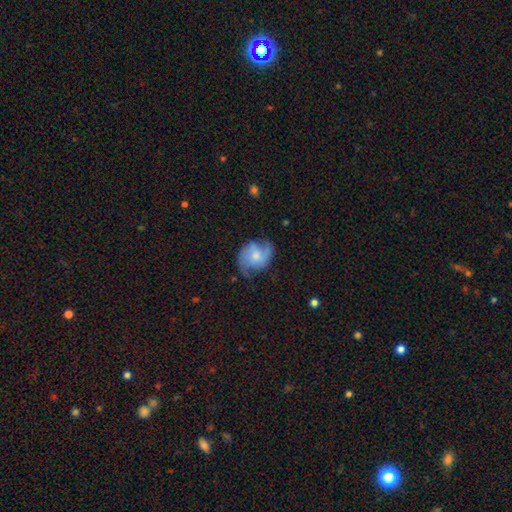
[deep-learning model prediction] smooth_or_featured: featured or disk (p=0.66) [alt: smooth p=0.27]
disk_edge_on: no (p=0.98) [alt: yes p=0.02]
bar: no (p=0.63) [alt: weak p=0.32]
has_spiral_arms: yes (p=0.91) [alt: no p=0.09]
spiral_winding: medium (p=0.46) [alt: loose p=0.31]
spiral_arm_count: 2 (p=0.84) [alt: can't tell p=0.08]
bulge_size: moderate (p=0.44) [alt: small p=0.42]
merging: none (p=0.61) [alt: minor disturbance p=0.26]